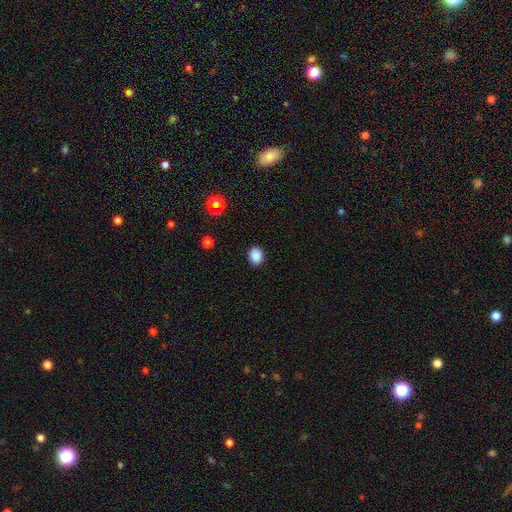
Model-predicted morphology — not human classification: smooth 88%, star or artifact 10%, featured or disk 3%. Down the decision tree: how rounded — in between (51%); merging — none (89%).